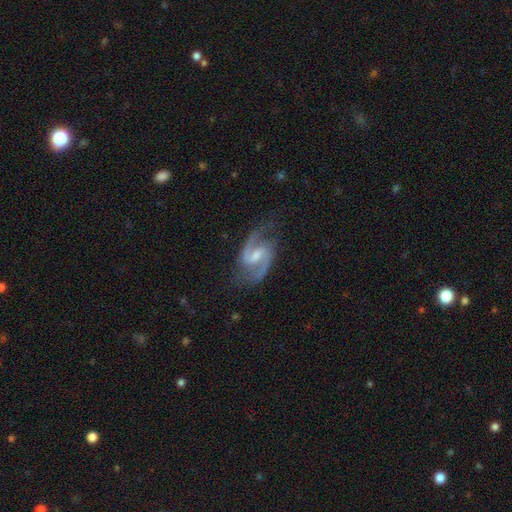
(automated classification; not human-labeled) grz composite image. It shows a featured or disk galaxy (92%) with a weak bar (58%), 2 (94%) medium (60%) spiral arms (98%) and a small central bulge (48%). Merging: none (77%).